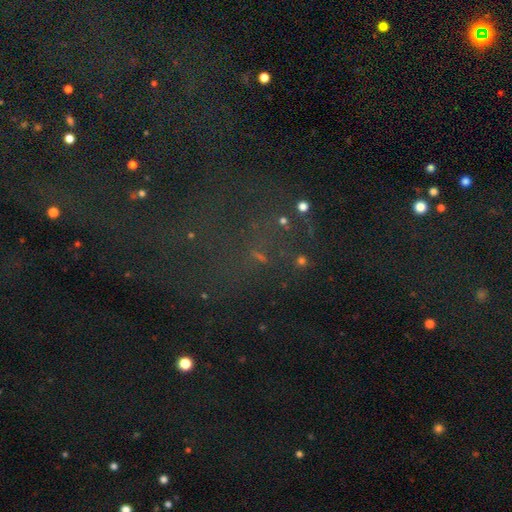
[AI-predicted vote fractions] Morphology: type=star or artifact (57%).